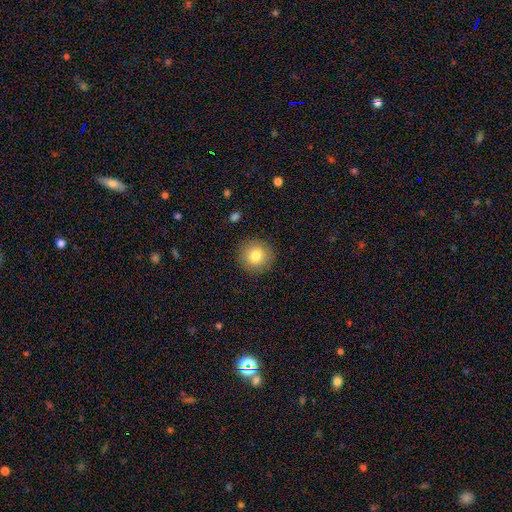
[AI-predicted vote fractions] smooth 81%, featured or disk 10%, star or artifact 9%. Down the decision tree: how rounded — round (93%); merging — none (90%).